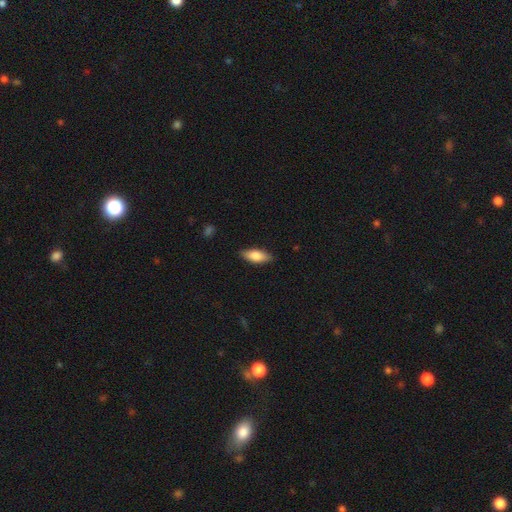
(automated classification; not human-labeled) Morphology: type=smooth (79%); roundness=in between (76%); merging=none (86%).